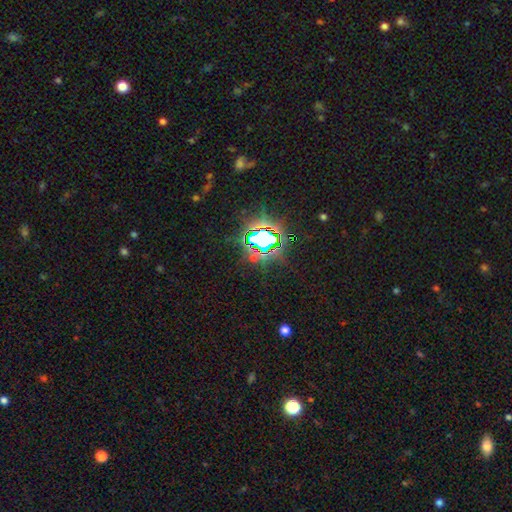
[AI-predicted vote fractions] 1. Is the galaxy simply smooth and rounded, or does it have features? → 80% star or artifact, 11% smooth, 8% featured or disk.